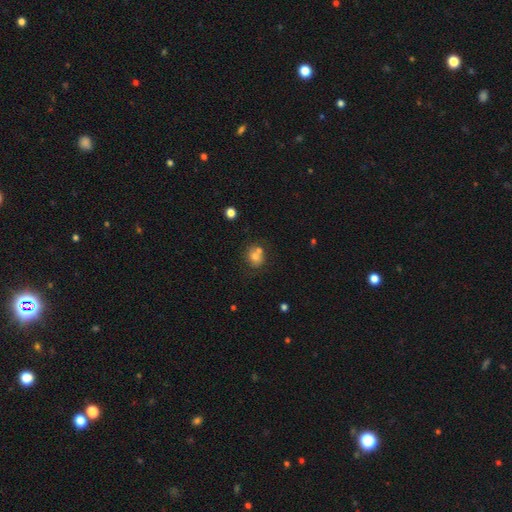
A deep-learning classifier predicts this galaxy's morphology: Smooth or featured? smooth (72%)
How rounded? round (76%)
Merging? none (52%)